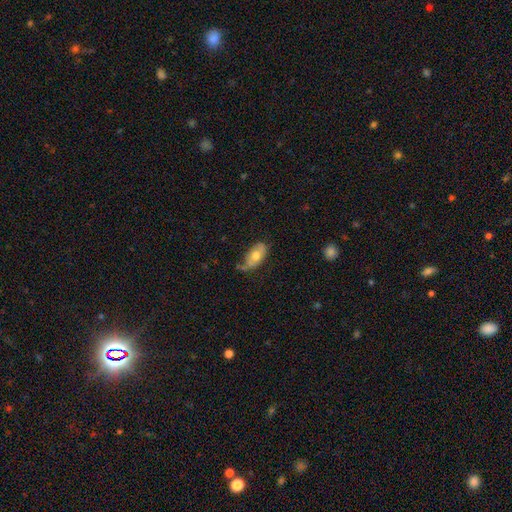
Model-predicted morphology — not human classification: Smooth or featured? smooth (65%)
How rounded? in between (92%)
Merging? none (54%)